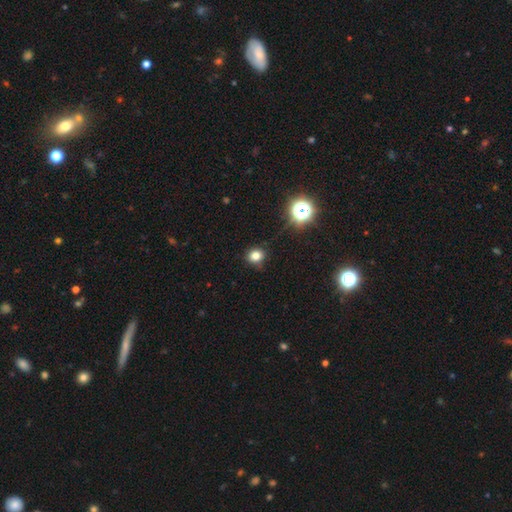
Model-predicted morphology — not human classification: This is likely a smooth galaxy (78%). How rounded: likely round (76%). Merging: clearly none (84%).